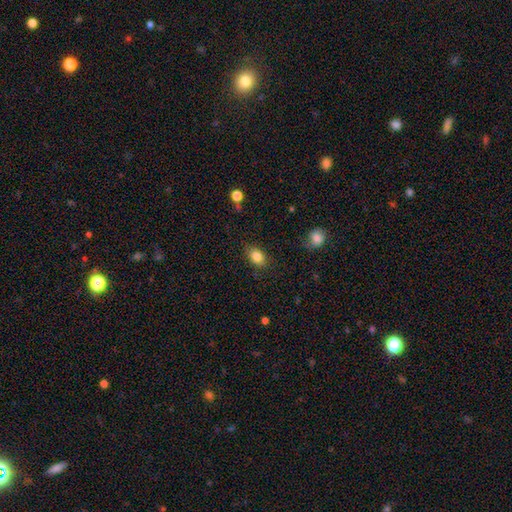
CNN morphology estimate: This appears to be a smooth galaxy with no disk features (85%) that is in between round and cigar-shaped (79%). Merging: none (83%).